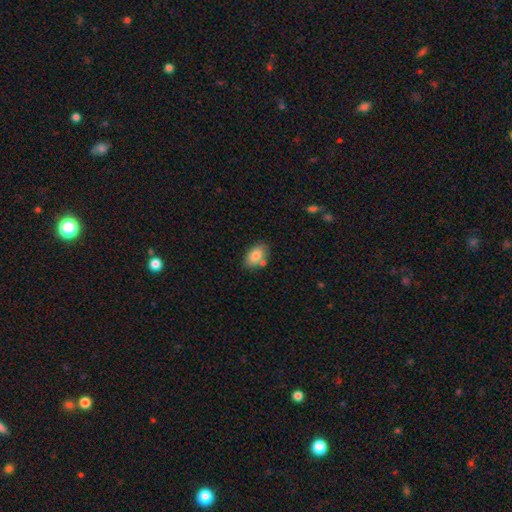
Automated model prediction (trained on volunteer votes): Morphology: type=smooth (83%); roundness=in between (92%); merging=none (71%).